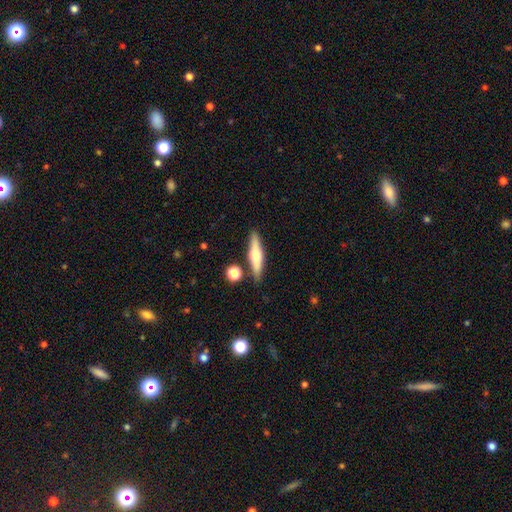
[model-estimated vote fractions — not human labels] Morphology: type=smooth (48%); merging=none (83%).